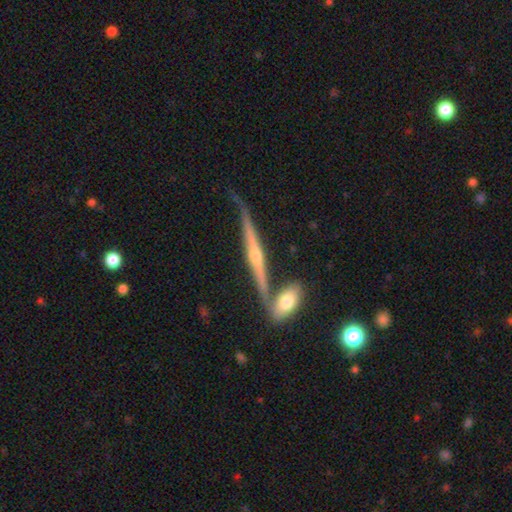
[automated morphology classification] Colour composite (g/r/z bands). It shows a featured or disk galaxy (77%) viewed edge-on (96%) with a rounded central bulge (80%). Merging: none (65%).